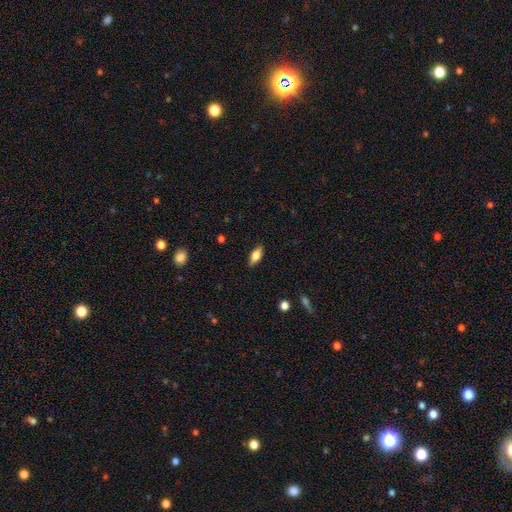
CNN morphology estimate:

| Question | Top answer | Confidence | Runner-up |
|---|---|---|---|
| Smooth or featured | smooth | 72% | featured or disk (20%) |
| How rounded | in between | 82% | cigar-shaped (15%) |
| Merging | none | 88% | minor disturbance (9%) |